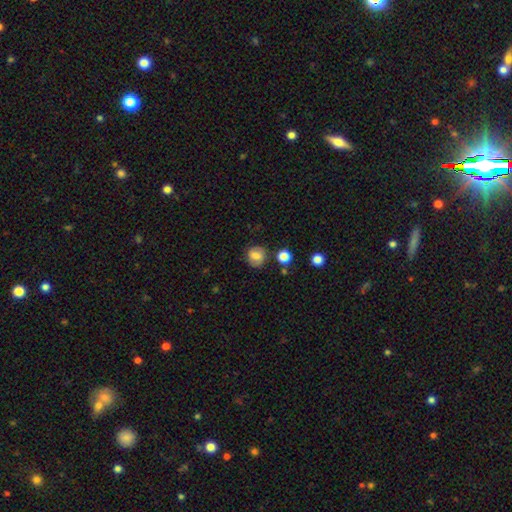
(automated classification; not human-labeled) Overall: smooth (72%). How rounded: round (79%). Merging: none (78%).